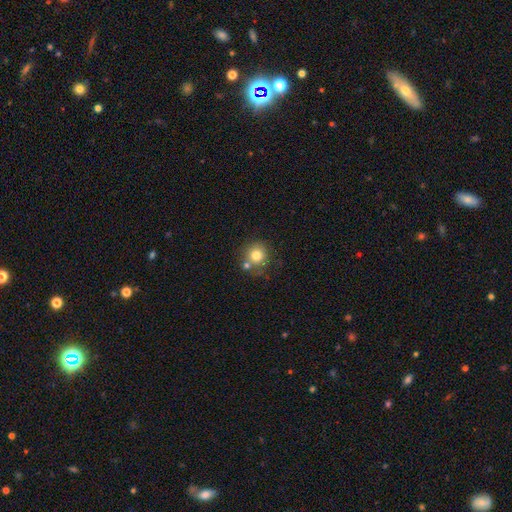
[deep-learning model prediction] Q: Smooth or featured?
A: smooth (79%); runner-up: star or artifact (11%)
Q: How rounded?
A: round (91%); runner-up: in between (8%)
Q: Merging?
A: none (65%); runner-up: merger (19%)